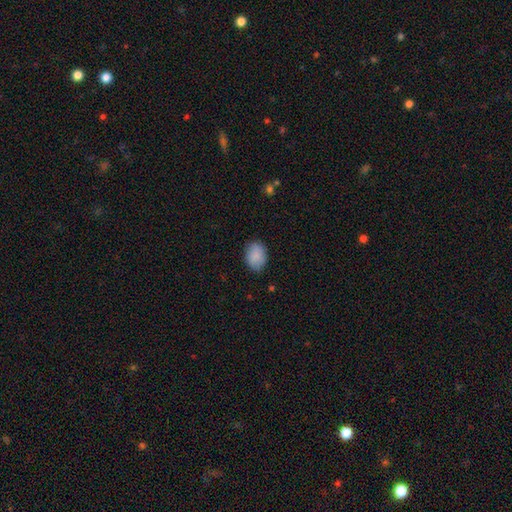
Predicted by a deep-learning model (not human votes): A smooth galaxy with no disk features (87%) that is in between round and cigar-shaped (73%).

Vote fractions:
- Smooth or featured? smooth: 87% / featured or disk: 7% / star or artifact: 7%
- How rounded? in between: 73% / round: 26% / cigar-shaped: 1%
- Merging? none: 83% / minor disturbance: 13% / major disturbance: 3% / merger: 1%